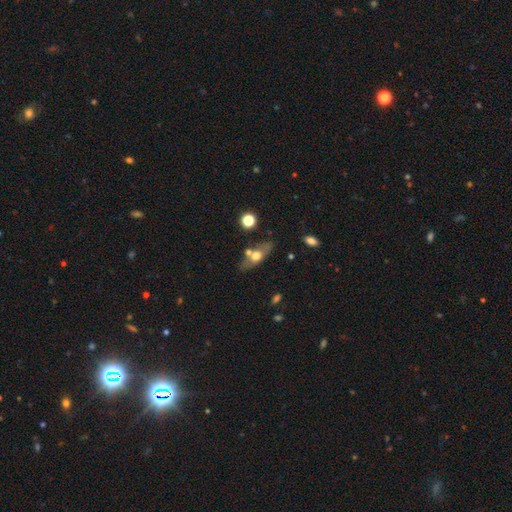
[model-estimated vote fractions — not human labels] Smooth or featured: smooth — 49% (featured or disk — 44%)
Merging: none — 65% (merger — 16%)